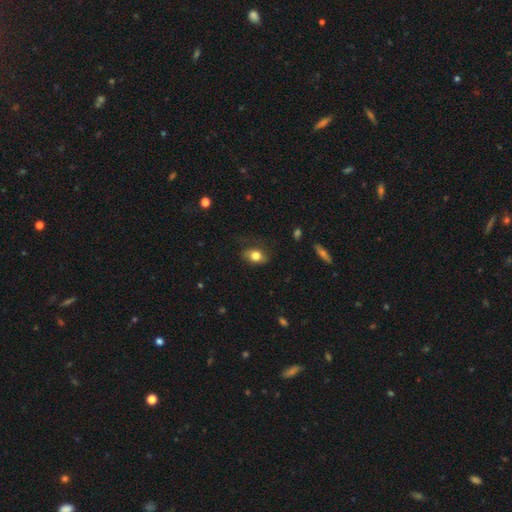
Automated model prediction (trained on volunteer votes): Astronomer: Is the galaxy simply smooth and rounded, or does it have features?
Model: smooth — 77%.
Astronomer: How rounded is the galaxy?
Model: in between — 74%.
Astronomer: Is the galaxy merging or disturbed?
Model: none — 66%.